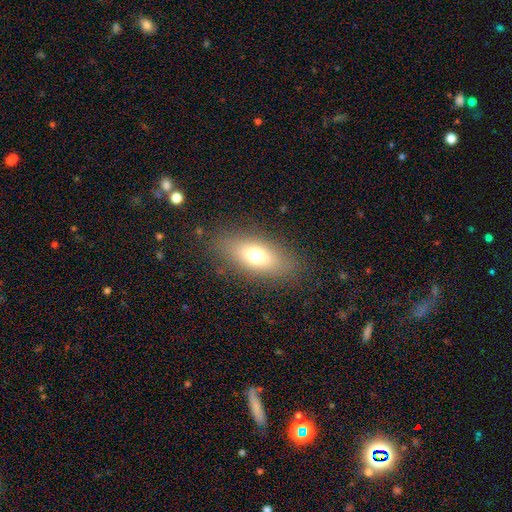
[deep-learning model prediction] Overall: smooth (69%). How rounded: in between (79%). Merging: none (83%).